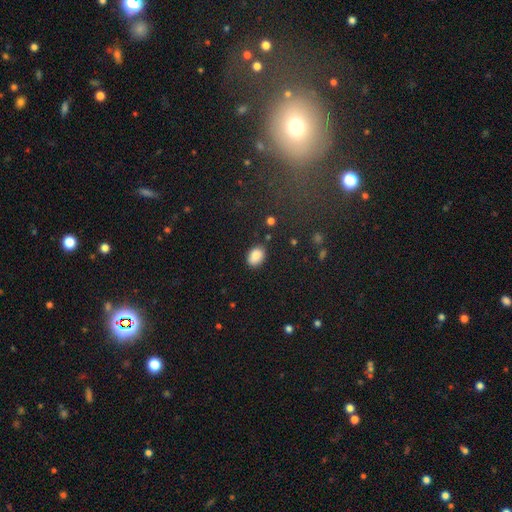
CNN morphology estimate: smooth-or-featured: smooth: 87% | star or artifact: 8% | featured or disk: 5%
  how-rounded: in between: 76% | round: 23% | cigar-shaped: 1%
  merging: none: 82% | minor disturbance: 14% | major disturbance: 3% | merger: 2%